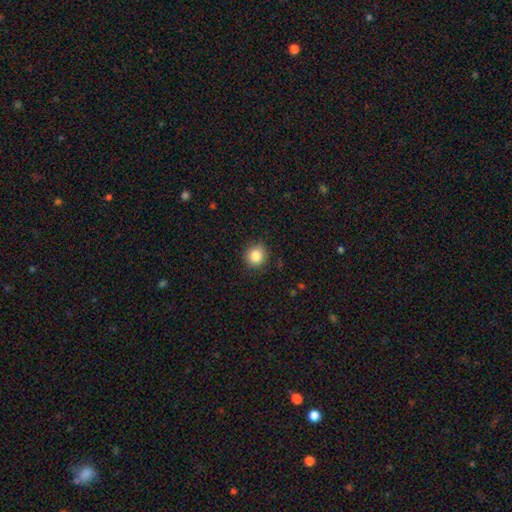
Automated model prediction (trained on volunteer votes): A smooth galaxy with no disk features (85%) that is round (89%).

Vote fractions:
- Smooth or featured? smooth: 85% / star or artifact: 10% / featured or disk: 5%
- How rounded? round: 89% / in between: 10% / cigar-shaped: 1%
- Merging? none: 90% / minor disturbance: 7% / major disturbance: 2% / merger: 1%